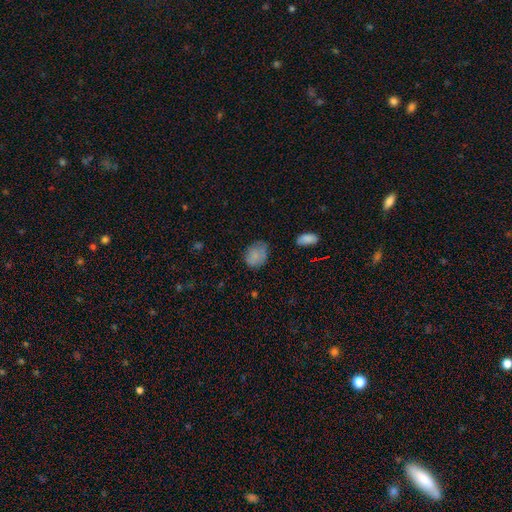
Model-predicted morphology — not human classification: A smooth galaxy with no disk features (79%) that is in between round and cigar-shaped (60%).

Vote fractions:
- Smooth or featured? smooth: 79% / featured or disk: 11% / star or artifact: 9%
- How rounded? in between: 60% / round: 38% / cigar-shaped: 1%
- Merging? none: 62% / minor disturbance: 27% / major disturbance: 8% / merger: 3%